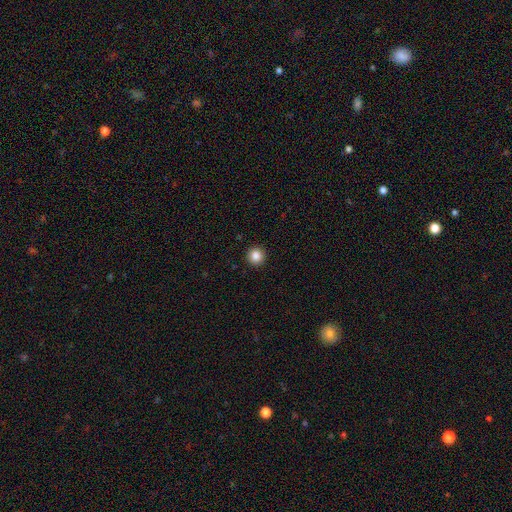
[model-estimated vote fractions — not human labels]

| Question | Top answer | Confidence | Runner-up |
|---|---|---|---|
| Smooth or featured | smooth | 85% | star or artifact (10%) |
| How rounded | round | 96% | in between (3%) |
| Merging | none | 93% | minor disturbance (4%) |